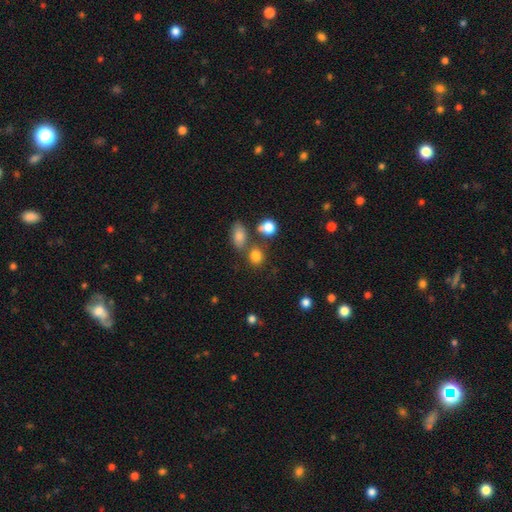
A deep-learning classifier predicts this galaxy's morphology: A smooth galaxy with no disk features (81%) that is round (69%).

Vote fractions:
- Smooth or featured? smooth: 81% / star or artifact: 12% / featured or disk: 7%
- How rounded? round: 69% / in between: 29% / cigar-shaped: 2%
- Merging? none: 66% / merger: 19% / minor disturbance: 11% / major disturbance: 4%